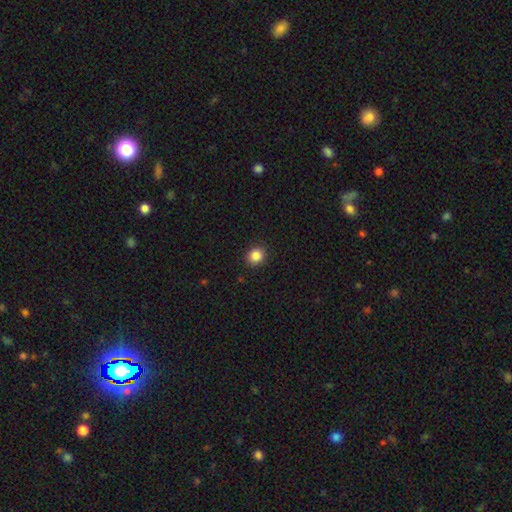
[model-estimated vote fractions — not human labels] smooth 86%, star or artifact 10%, featured or disk 4%. Down the decision tree: how rounded — round (81%); merging — none (91%).